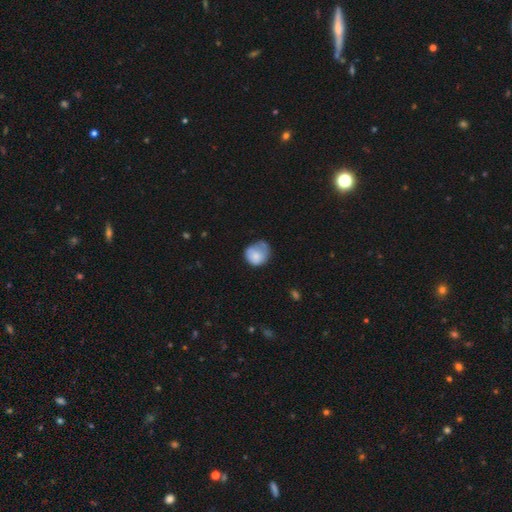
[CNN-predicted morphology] type=smooth (77%); roundness=round (73%); merging=none (40%).